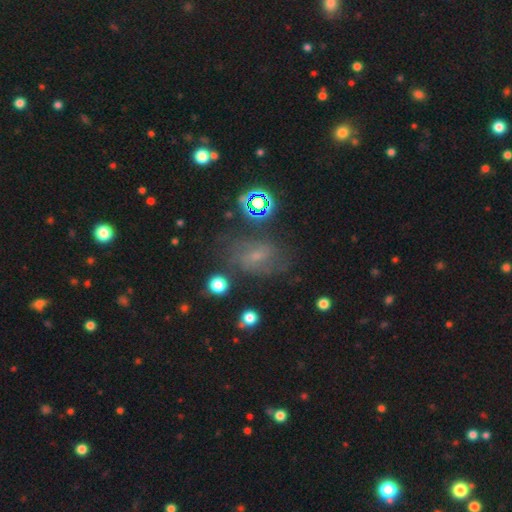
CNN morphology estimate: featured or disk 45%, star or artifact 28%, smooth 28%. Down the decision tree: merging — none (66%).